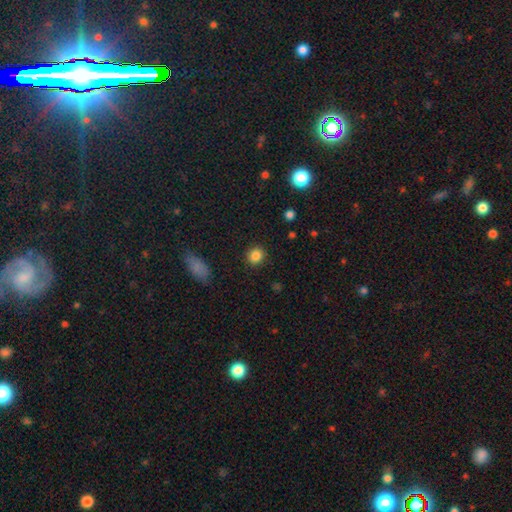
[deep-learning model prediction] smooth_or_featured: smooth (p=0.85) [alt: star or artifact p=0.10]
how_rounded: round (p=0.84) [alt: in between p=0.15]
merging: none (p=0.90) [alt: minor disturbance p=0.07]